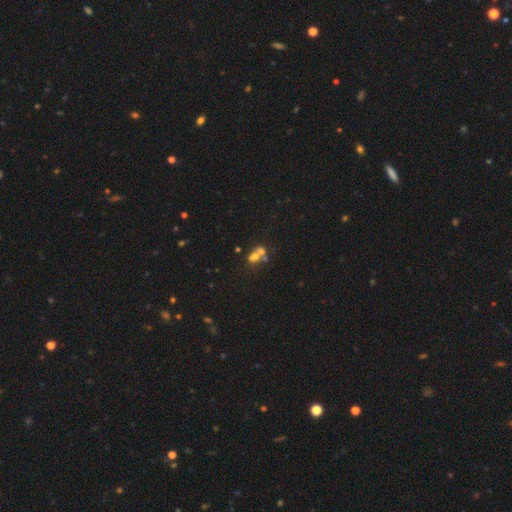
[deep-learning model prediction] smooth 53%, featured or disk 29%, star or artifact 18%. Down the decision tree: how rounded — round (52%); merging — merger (62%).